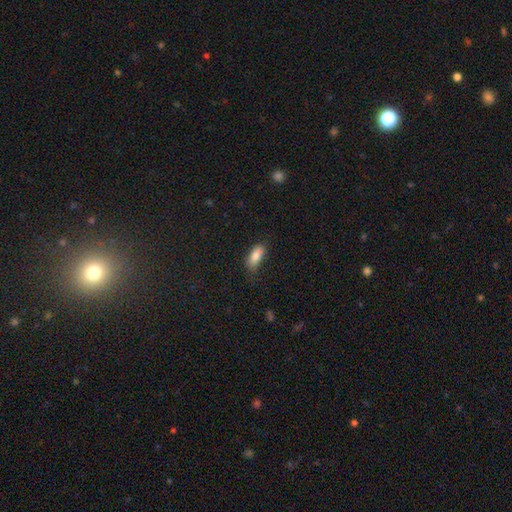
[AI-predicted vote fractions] smooth_or_featured: smooth (p=0.84) [alt: featured or disk p=0.08]
how_rounded: in between (p=0.85) [alt: cigar-shaped p=0.12]
merging: none (p=0.62) [alt: minor disturbance p=0.27]